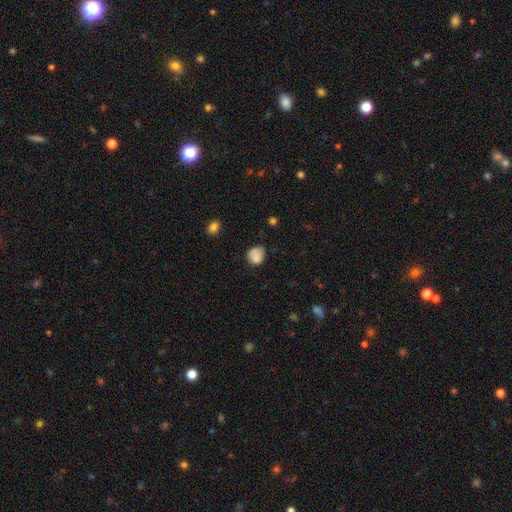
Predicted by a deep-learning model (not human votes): Q: Smooth or featured?
A: smooth (79%); runner-up: featured or disk (12%)
Q: How rounded?
A: round (63%); runner-up: in between (36%)
Q: Merging?
A: none (53%); runner-up: minor disturbance (29%)